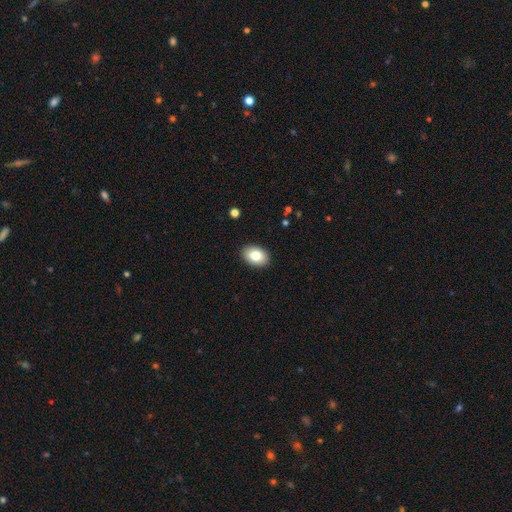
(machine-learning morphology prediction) Overall: smooth (81%). How rounded: in between (84%). Merging: none (90%).